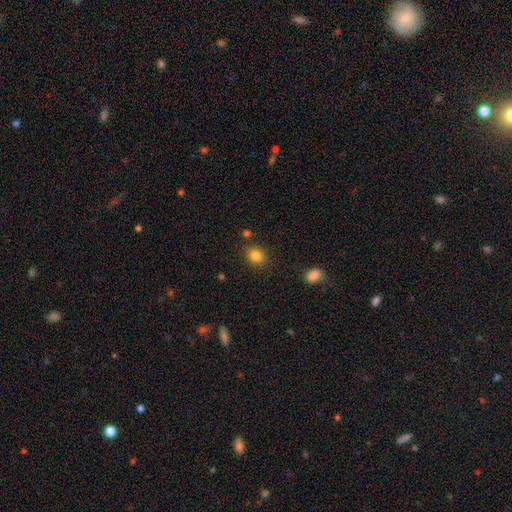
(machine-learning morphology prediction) type=smooth (83%); roundness=round (64%); merging=none (85%).